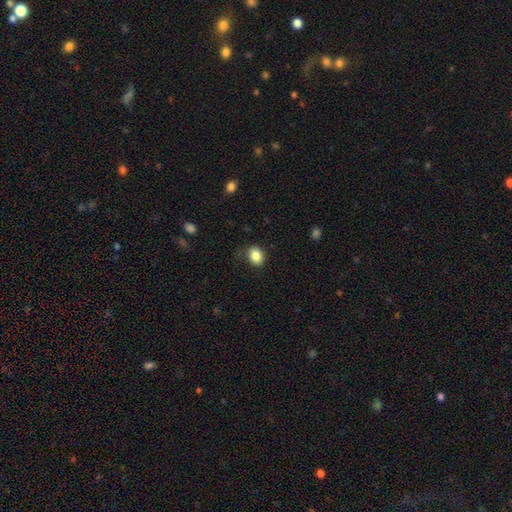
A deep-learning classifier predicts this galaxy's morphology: Overall: smooth (86%). How rounded: in between (63%; round 36%). Merging: none (76%).